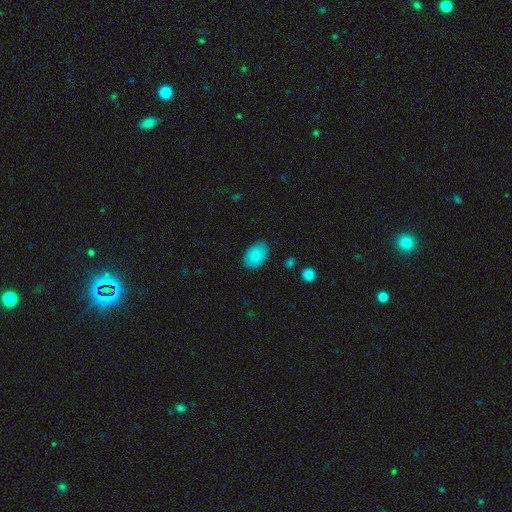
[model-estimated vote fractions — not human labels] smooth-or-featured: smooth: 81% | featured or disk: 12% | star or artifact: 7%
  how-rounded: in between: 87% | round: 11% | cigar-shaped: 1%
  merging: none: 76% | minor disturbance: 20% | major disturbance: 3% | merger: 1%